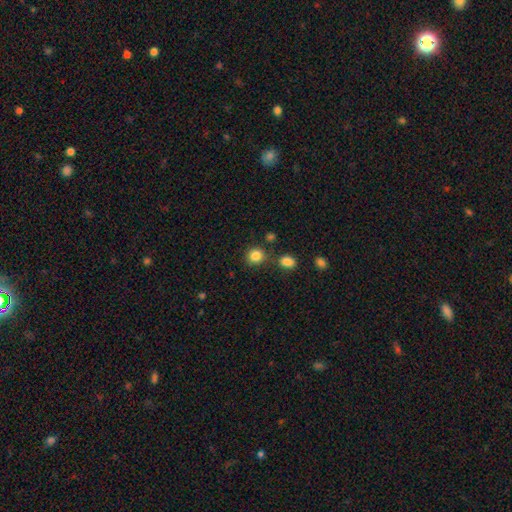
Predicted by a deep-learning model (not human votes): Smooth or featured?
  - smooth: 85% *
  - star or artifact: 11%
  - featured or disk: 5%
How rounded?
  - round: 84% *
  - in between: 15%
  - cigar-shaped: 1%
Merging?
  - none: 77% *
  - minor disturbance: 10%
  - merger: 9%
  - major disturbance: 3%